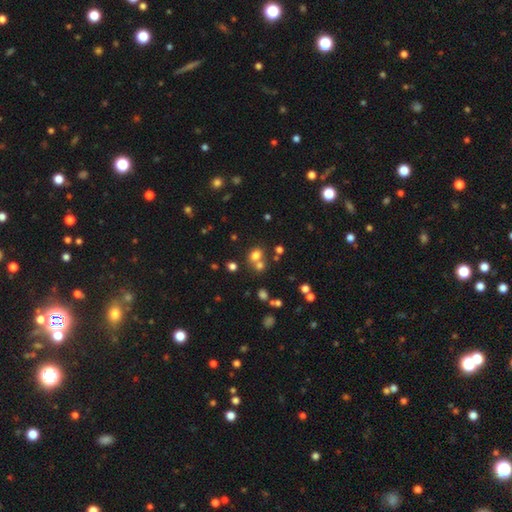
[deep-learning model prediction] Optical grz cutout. It shows a smooth galaxy with no disk features (69%) that is round (70%). Merging: none (50%).